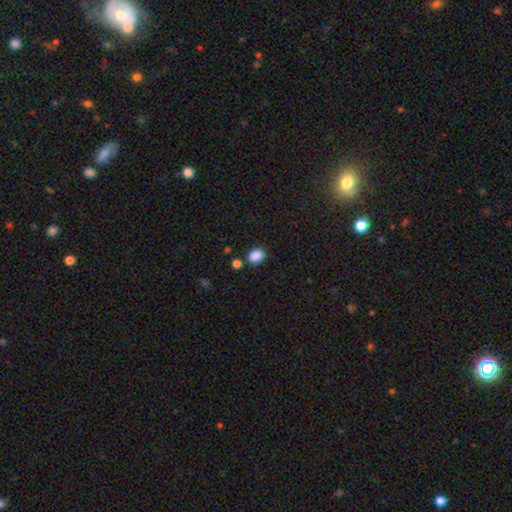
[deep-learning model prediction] Smooth or featured: smooth — 87% (star or artifact — 10%)
How rounded: in between — 53% (round — 46%)
Merging: none — 79% (minor disturbance — 12%)